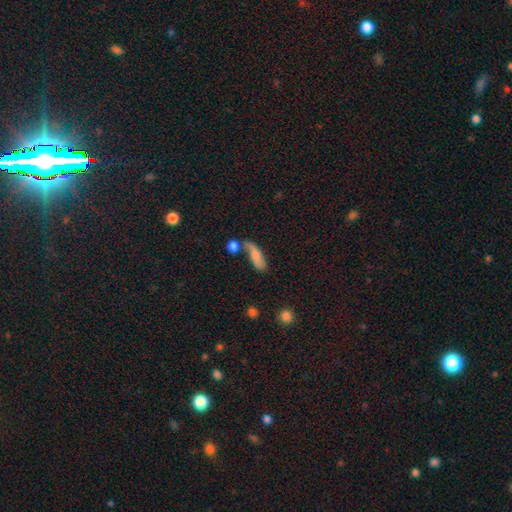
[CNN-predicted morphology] Smooth or featured? smooth (65%)
How rounded? in between (54%)
Merging? none (38%)